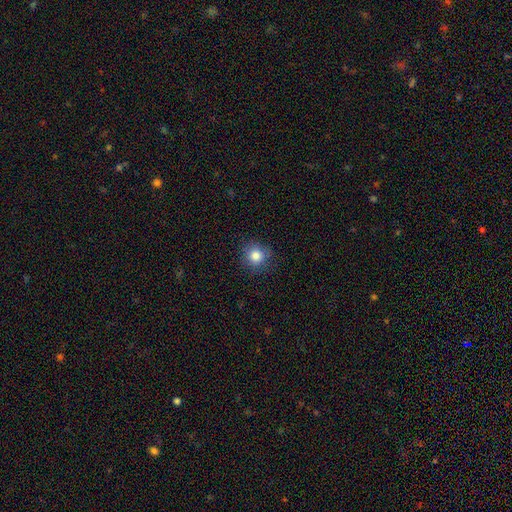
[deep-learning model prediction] The model was most divided on "merging": none: 84%, minor disturbance: 12%, major disturbance: 3%, merger: 1%. More confident: how rounded — round (91%); smooth or featured — smooth (84%).